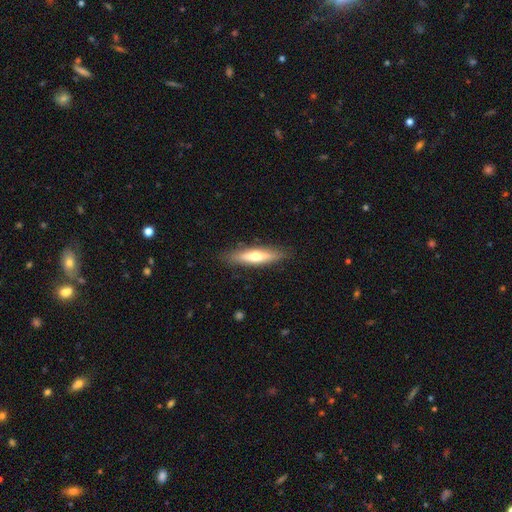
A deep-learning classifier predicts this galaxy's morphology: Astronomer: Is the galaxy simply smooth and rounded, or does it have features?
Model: smooth — 51% (runner-up: featured or disk, 44%).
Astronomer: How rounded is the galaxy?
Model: cigar-shaped — 76%.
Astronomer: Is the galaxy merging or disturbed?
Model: none — 86%.